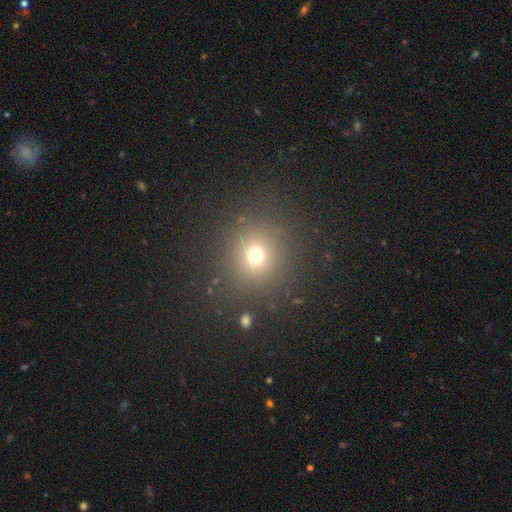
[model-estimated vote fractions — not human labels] Smooth or featured? Predicted: smooth (p=0.70). How rounded? Predicted: round (p=0.90). Merging? Predicted: none (p=0.85).